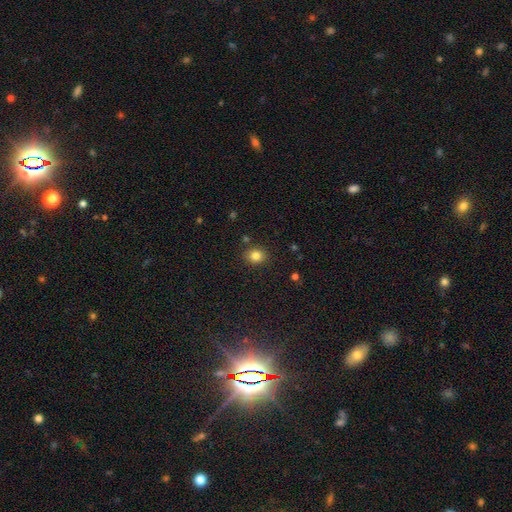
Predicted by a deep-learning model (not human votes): Overall: smooth (82%). How rounded: round (73%). Merging: none (86%).